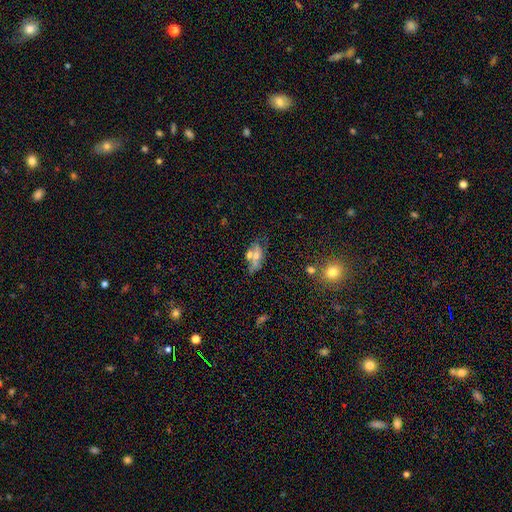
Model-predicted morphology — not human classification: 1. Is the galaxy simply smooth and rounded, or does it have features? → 41% smooth, 35% featured or disk, 24% star or artifact.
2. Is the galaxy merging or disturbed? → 52% none, 21% merger, 17% minor disturbance, 10% major disturbance.